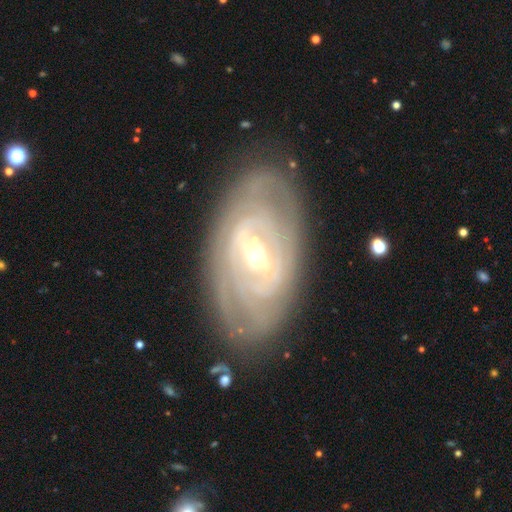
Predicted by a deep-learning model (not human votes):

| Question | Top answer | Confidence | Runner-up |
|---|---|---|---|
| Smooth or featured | featured or disk | 84% | smooth (10%) |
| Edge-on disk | no | 94% | yes (6%) |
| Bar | weak | 45% | strong (31%) |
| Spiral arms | yes | 86% | no (14%) |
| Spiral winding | tight | 79% | medium (17%) |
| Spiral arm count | can't tell | 49% | 2 (21%) |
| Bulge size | small | 50% | moderate (46%) |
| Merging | none | 81% | minor disturbance (14%) |